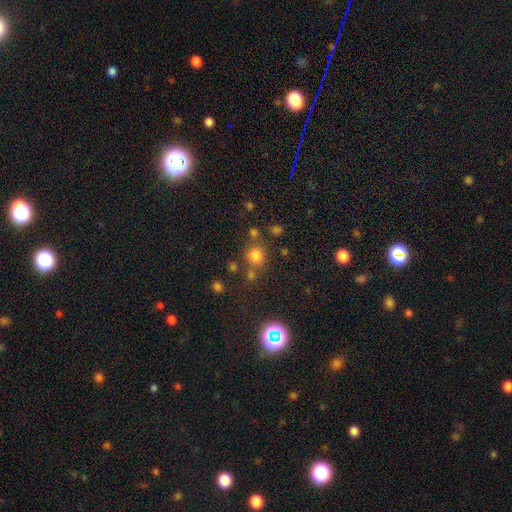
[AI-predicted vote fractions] The model was most divided on "merging": none: 70%, merger: 15%, minor disturbance: 11%, major disturbance: 5%. More confident: how rounded — round (86%); smooth or featured — smooth (75%).